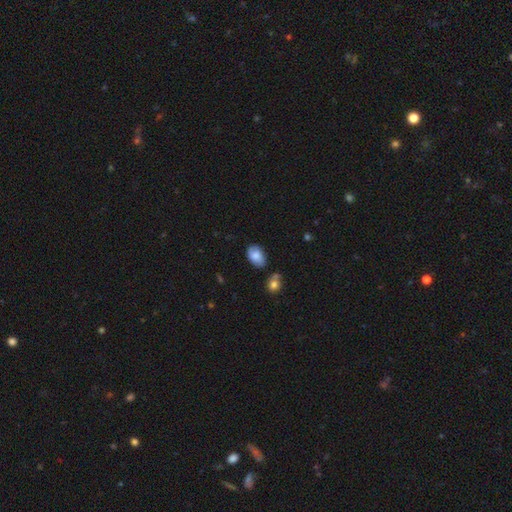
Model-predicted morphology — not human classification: smooth 78%, featured or disk 14%, star or artifact 8%. Down the decision tree: how rounded — in between (90%); merging — none (67%).